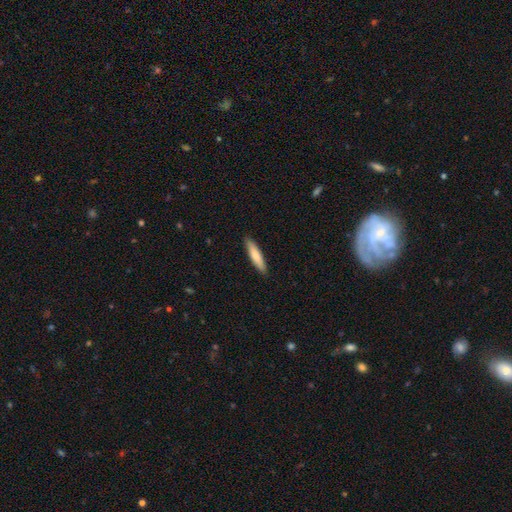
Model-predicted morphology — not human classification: This appears to be a smooth galaxy with no disk features (78%) that is cigar-shaped (83%). Merging: none (90%).